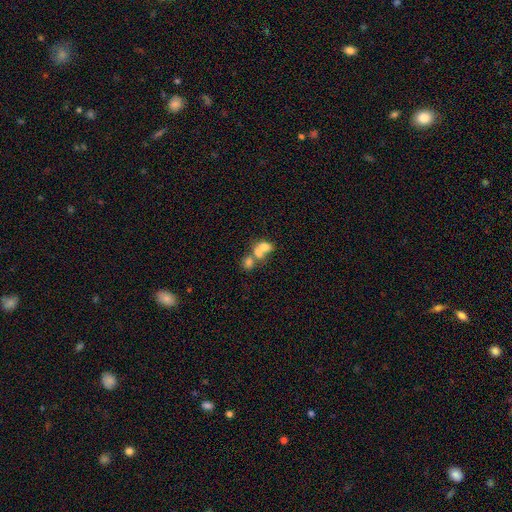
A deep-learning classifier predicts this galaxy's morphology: This appears to be a smooth galaxy with no disk features (51%) that is round (54%). Merging: merger (49%).